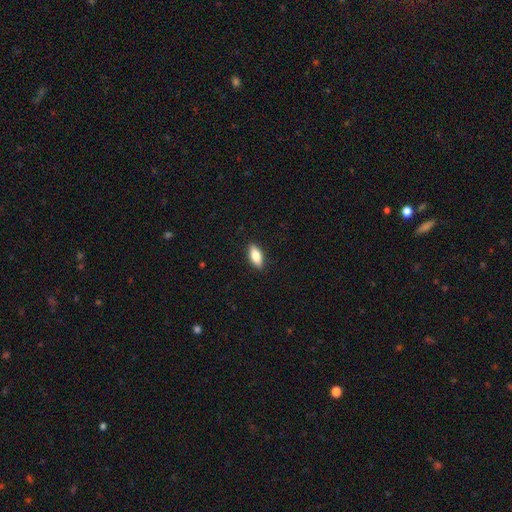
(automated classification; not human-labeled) smooth 79%, featured or disk 15%, star or artifact 6%. Down the decision tree: how rounded — in between (80%); merging — none (89%).